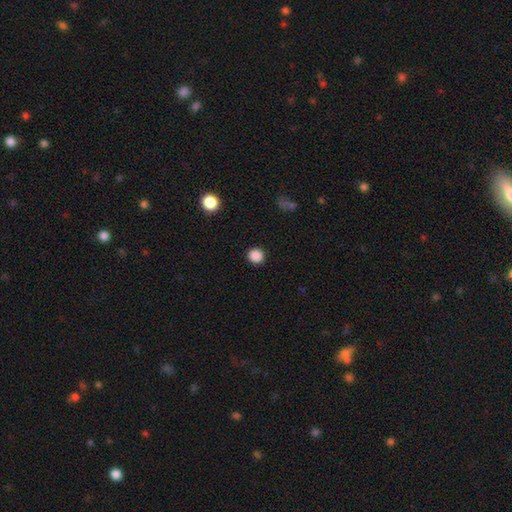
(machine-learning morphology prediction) smooth 87%, star or artifact 10%, featured or disk 3%. Down the decision tree: how rounded — round (92%); merging — none (92%).